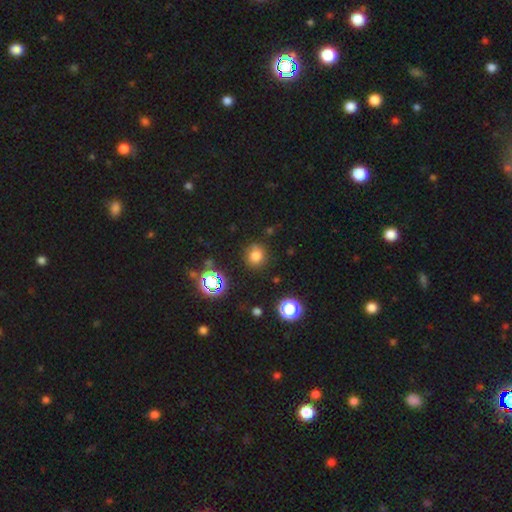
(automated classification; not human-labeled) Morphology: type=smooth (74%); roundness=round (88%); merging=none (84%).